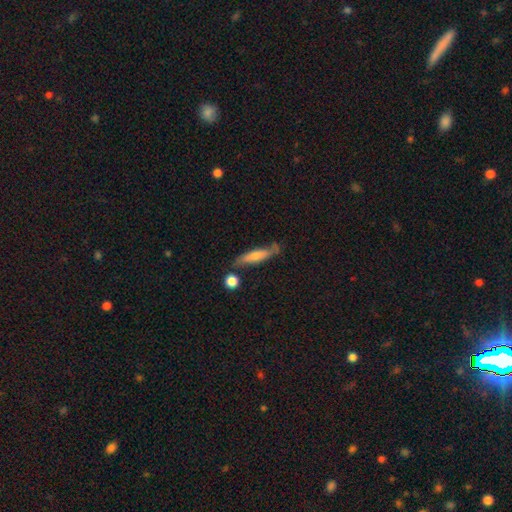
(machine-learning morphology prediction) Overall: featured or disk (49%; smooth 42%). Merging: none (73%).